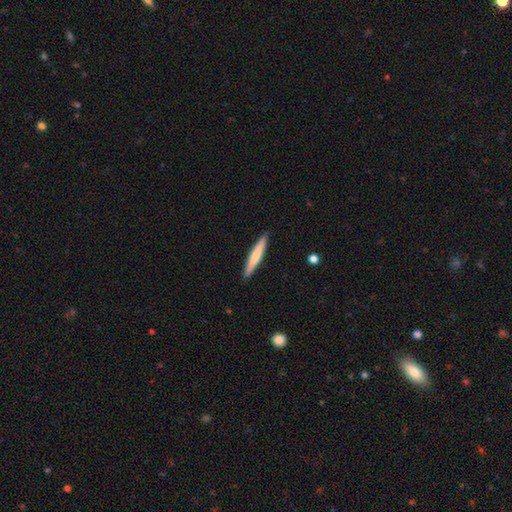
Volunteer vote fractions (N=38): Q: Smooth or featured?
A: smooth (61%); runner-up: featured or disk (39%)
Q: How rounded?
A: cigar-shaped (83%); runner-up: round (9%)
Q: Merging?
A: none (89%); runner-up: minor disturbance (8%)